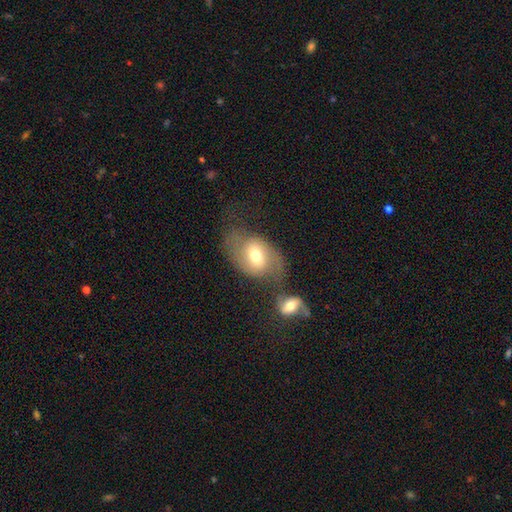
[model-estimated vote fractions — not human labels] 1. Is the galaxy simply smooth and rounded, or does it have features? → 49% featured or disk, 43% smooth, 8% star or artifact.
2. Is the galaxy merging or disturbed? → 38% none, 33% merger, 17% minor disturbance, 13% major disturbance.